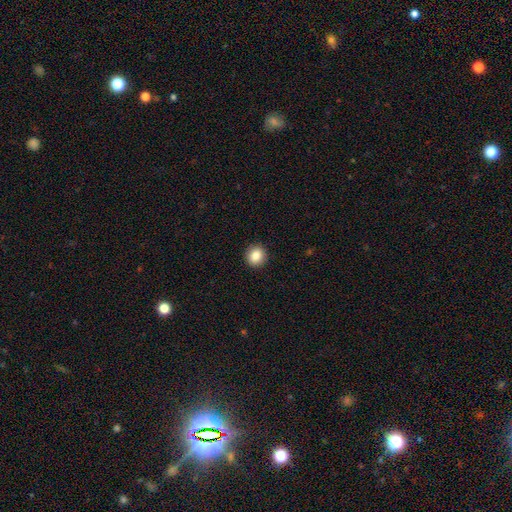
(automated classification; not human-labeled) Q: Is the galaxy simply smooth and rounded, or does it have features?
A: smooth — 86%.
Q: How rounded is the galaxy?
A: round — 91%.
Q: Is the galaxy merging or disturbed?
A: none — 93%.